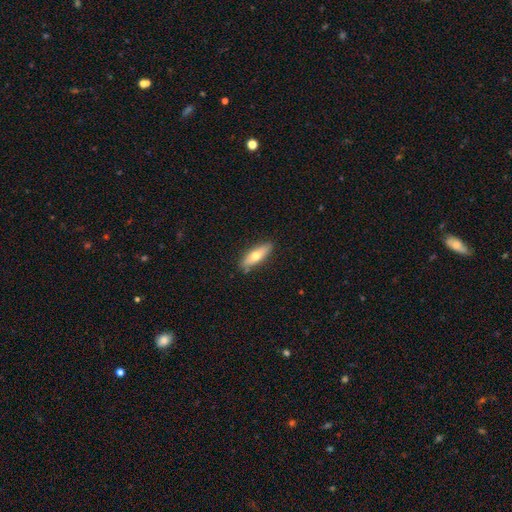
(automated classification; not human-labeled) Smooth or featured? smooth (62%)
How rounded? cigar-shaped (49%, tied with in between)
Merging? none (85%)